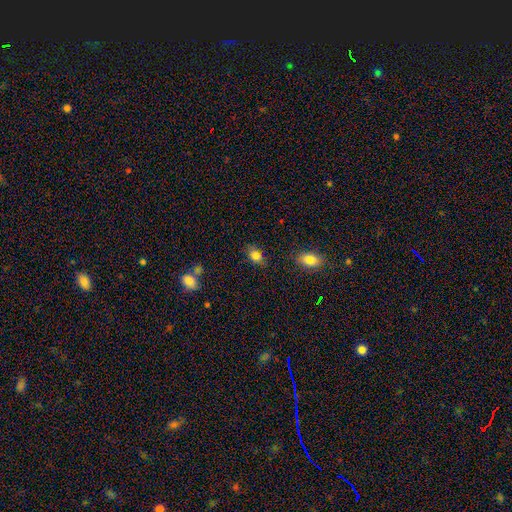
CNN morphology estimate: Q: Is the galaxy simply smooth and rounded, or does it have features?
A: smooth — 82%.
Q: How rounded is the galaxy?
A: in between — 83%.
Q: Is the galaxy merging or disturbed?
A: none — 77%.